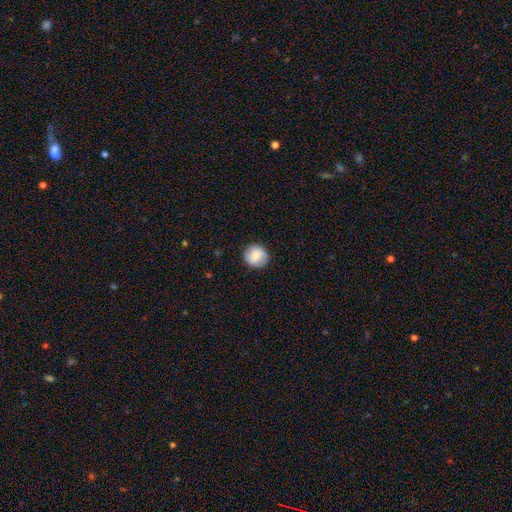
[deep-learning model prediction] A smooth galaxy with no disk features (79%) that is round (92%). Merging: none (88%).